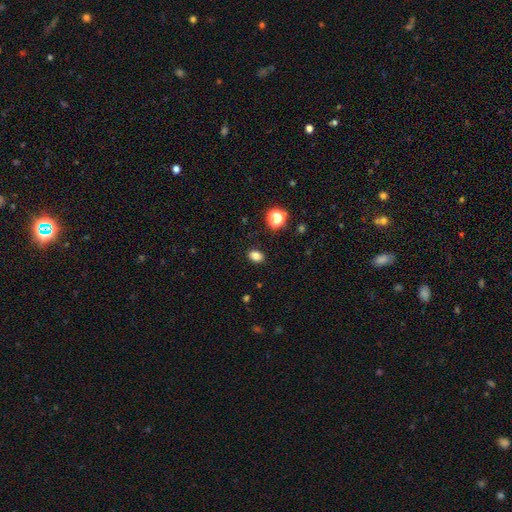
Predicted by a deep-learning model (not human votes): smooth 82%, star or artifact 13%, featured or disk 5%. Down the decision tree: how rounded — in between (72%); merging — none (88%).